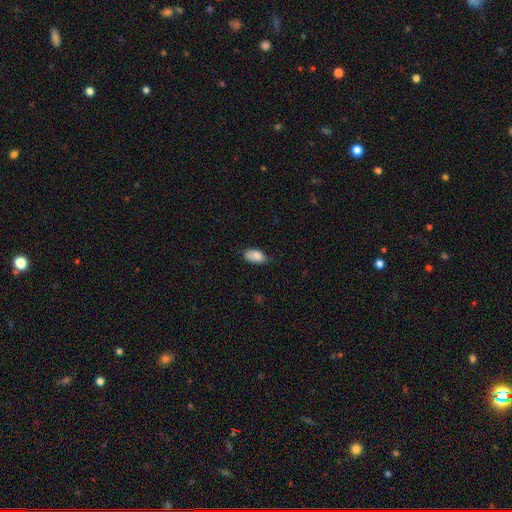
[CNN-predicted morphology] The model was most divided on "merging": none: 65%, minor disturbance: 29%, major disturbance: 5%, merger: 1%. More confident: how rounded — in between (93%); smooth or featured — smooth (85%).